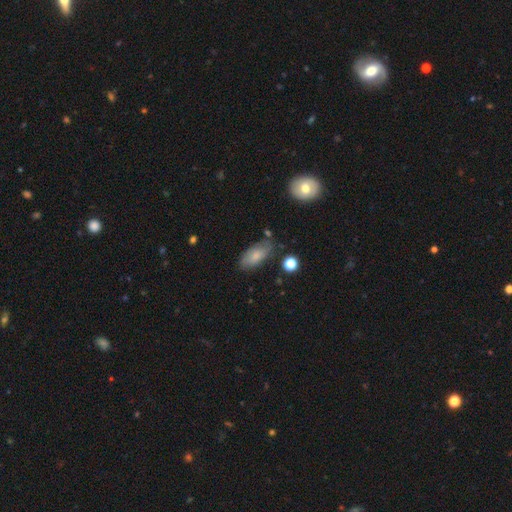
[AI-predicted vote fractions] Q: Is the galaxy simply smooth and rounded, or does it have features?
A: smooth — 75%.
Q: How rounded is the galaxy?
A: in between — 87%.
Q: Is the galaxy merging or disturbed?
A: none — 70%.